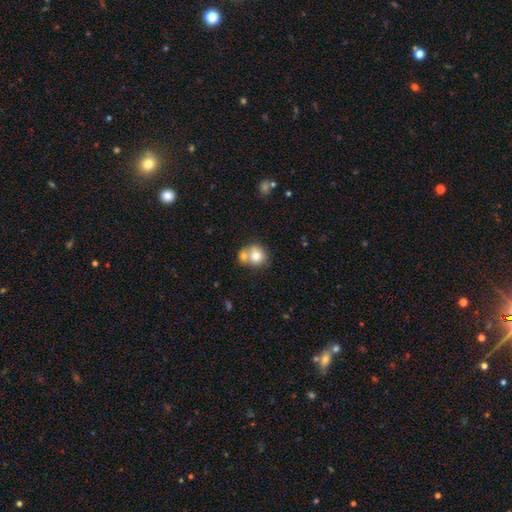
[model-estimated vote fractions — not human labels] Smooth or featured? Predicted: smooth (p=0.75). How rounded? Predicted: round (p=0.77). Merging? Predicted: merger (p=0.47).